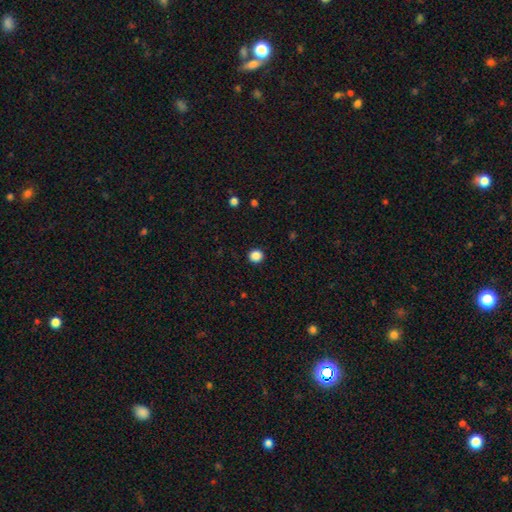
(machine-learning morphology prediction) Q: Smooth or featured?
A: smooth (87%); runner-up: star or artifact (11%)
Q: How rounded?
A: round (89%); runner-up: in between (10%)
Q: Merging?
A: none (92%); runner-up: minor disturbance (5%)